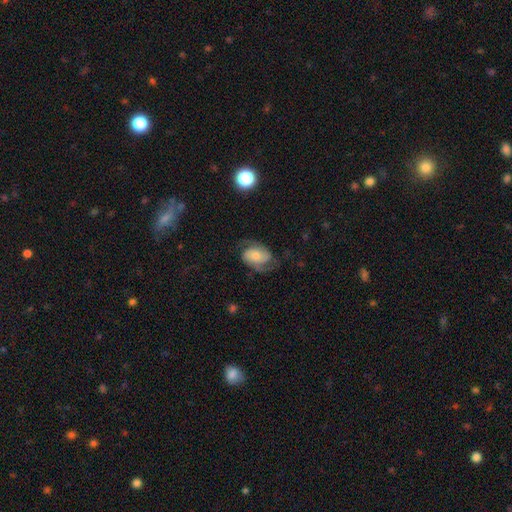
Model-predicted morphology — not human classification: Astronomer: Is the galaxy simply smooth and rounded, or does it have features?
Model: featured or disk — 69%.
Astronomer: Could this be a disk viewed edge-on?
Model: no — 97%.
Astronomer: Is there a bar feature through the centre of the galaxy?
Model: no — 66%.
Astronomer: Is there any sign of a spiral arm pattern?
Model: yes — 92%.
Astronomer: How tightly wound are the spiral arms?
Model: medium — 47% (runner-up: loose, 30%).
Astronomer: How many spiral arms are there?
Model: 2 — 88%.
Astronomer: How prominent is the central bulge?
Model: small — 44% (runner-up: moderate, 33%).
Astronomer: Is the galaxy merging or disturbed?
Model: none — 64%.